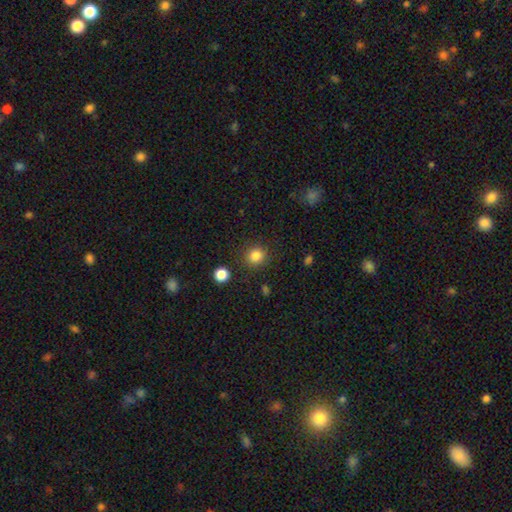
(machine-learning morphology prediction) smooth 84%, star or artifact 11%, featured or disk 4%. Down the decision tree: how rounded — round (89%); merging — none (87%).